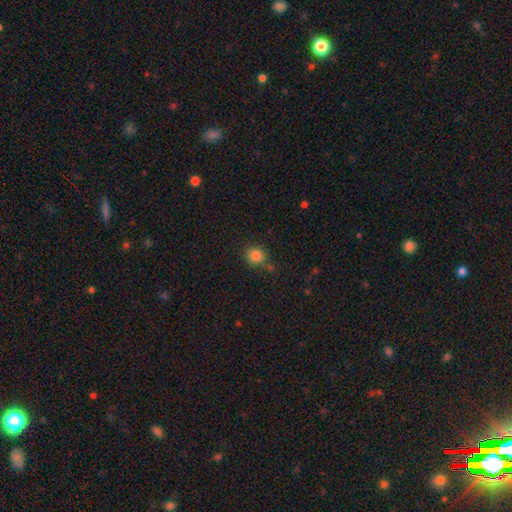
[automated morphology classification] The model was most divided on "merging": none: 74%, minor disturbance: 14%, merger: 8%, major disturbance: 4%. More confident: smooth or featured — smooth (84%); how rounded — round (84%).